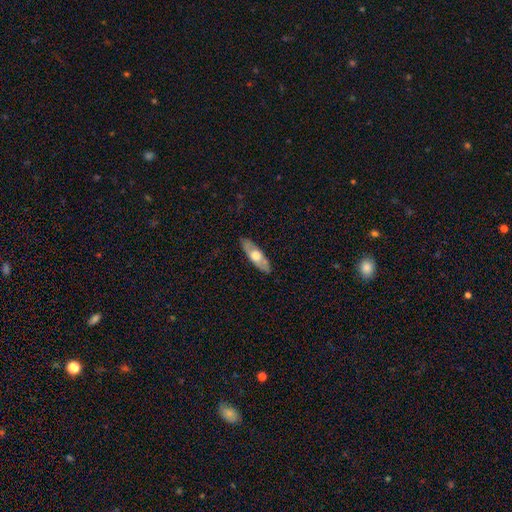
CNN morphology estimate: Smooth or featured?
  - smooth: 51% *
  - featured or disk: 44%
  - star or artifact: 5%
How rounded?
  - in between: 55% *
  - cigar-shaped: 42%
  - round: 3%
Merging?
  - none: 87% *
  - minor disturbance: 10%
  - major disturbance: 2%
  - merger: 1%